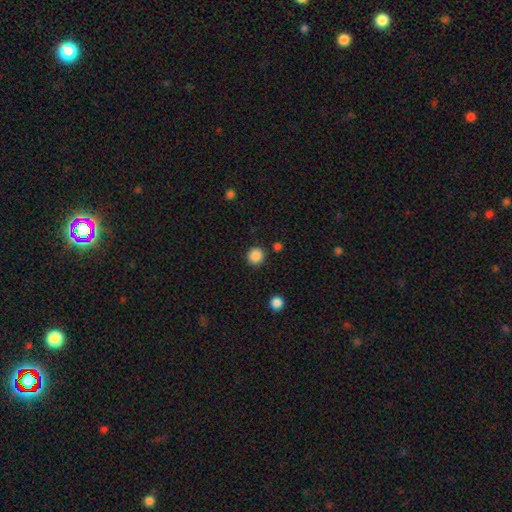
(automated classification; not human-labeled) This appears to be a smooth galaxy with no disk features (87%) that is round (93%). Merging: none (89%).